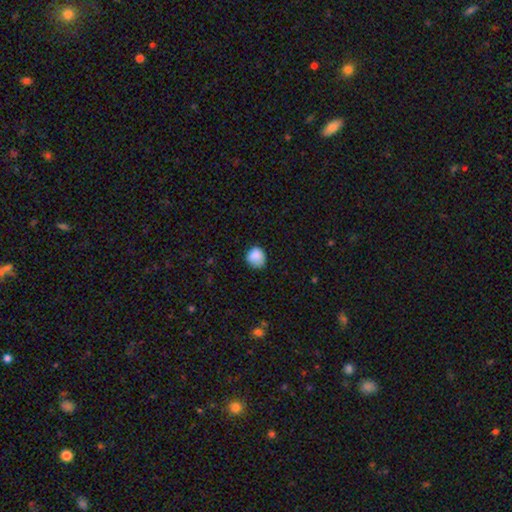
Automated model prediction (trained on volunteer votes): Smooth or featured? Predicted: smooth (p=0.86). How rounded? Predicted: round (p=0.72). Merging? Predicted: none (p=0.64).